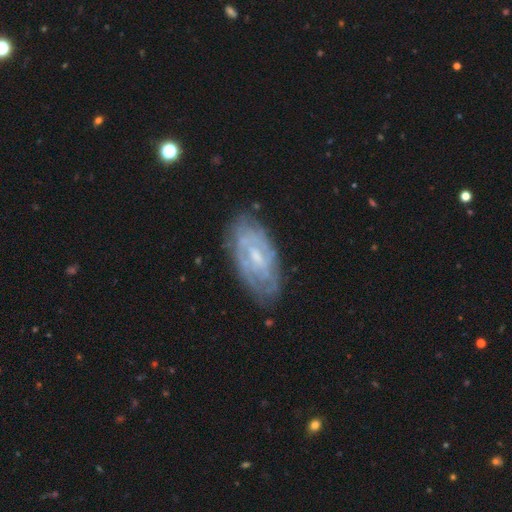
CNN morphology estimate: This appears to be a featured or disk galaxy (75%) with a weak bar (52%), tight (63%) spiral arms (78%) and a small central bulge (50%). Merging: none (74%).